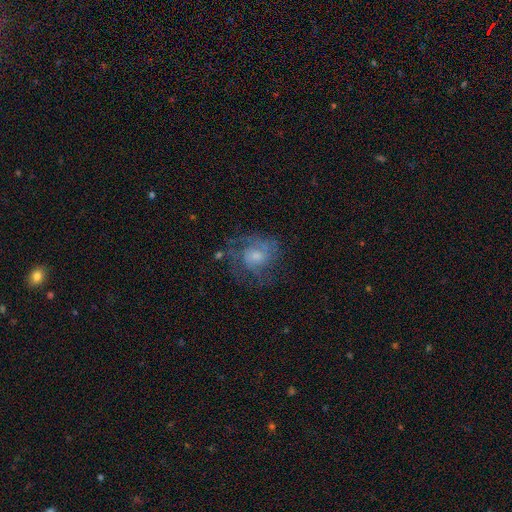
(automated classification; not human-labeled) Morphology: type=featured or disk (68%); edge-on=no (97%); bar=no (70%); spiral arms=yes (85%); winding=medium (43%); arm count=2 (39%); bulge=moderate (44%); merging=none (62%).